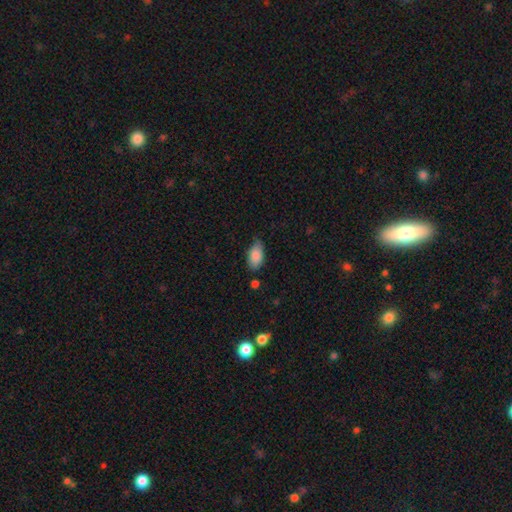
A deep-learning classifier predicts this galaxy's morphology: smooth 87%, star or artifact 6%, featured or disk 6%. Down the decision tree: how rounded — in between (92%); merging — none (70%).